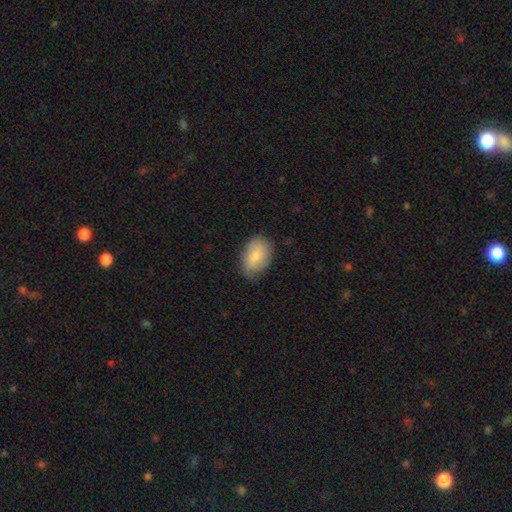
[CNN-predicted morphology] smooth_or_featured: smooth (p=0.77) [alt: featured or disk p=0.17]
how_rounded: in between (p=0.79) [alt: round p=0.20]
merging: none (p=0.73) [alt: minor disturbance p=0.22]